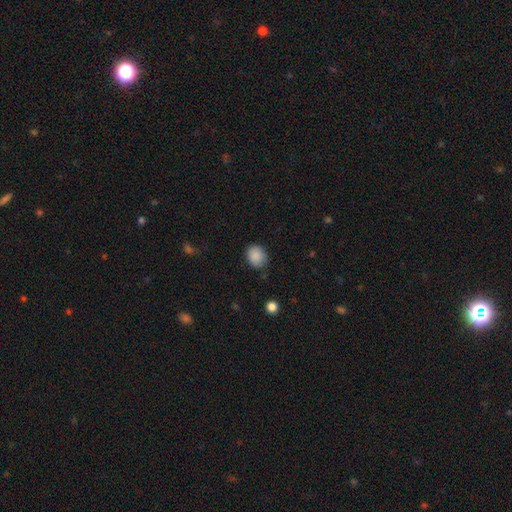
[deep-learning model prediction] This appears to be a smooth galaxy with no disk features (88%) that is round (62%). Merging: none (78%).